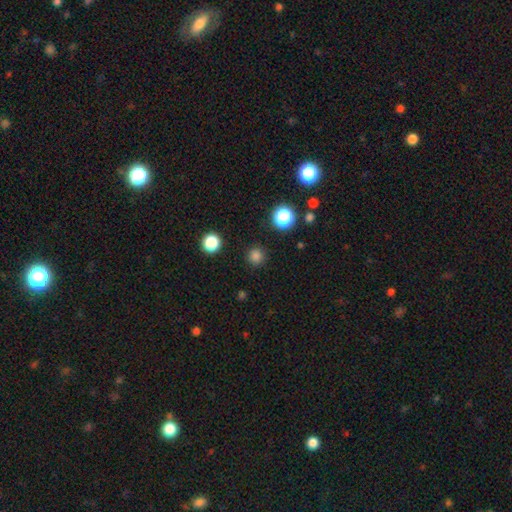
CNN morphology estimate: This appears to be a smooth galaxy with no disk features (80%) that is round (95%). Merging: none (90%).